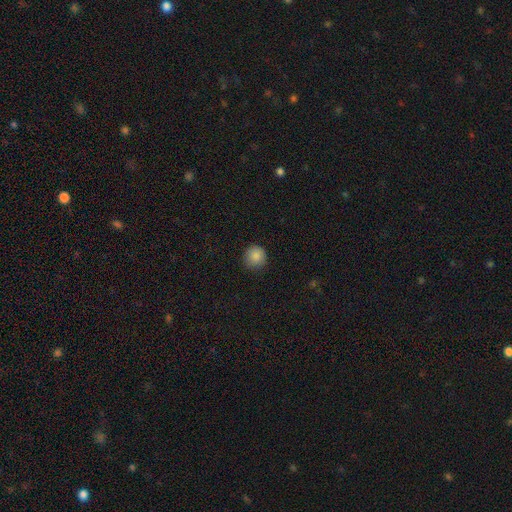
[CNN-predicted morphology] smooth-or-featured: smooth: 86% | star or artifact: 10% | featured or disk: 4%
  how-rounded: round: 94% | in between: 5% | cigar-shaped: 1%
  merging: none: 87% | minor disturbance: 10% | major disturbance: 2% | merger: 1%